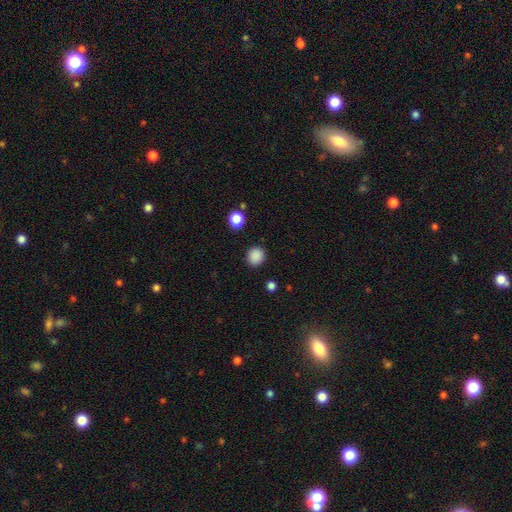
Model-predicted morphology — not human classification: smooth 87%, star or artifact 10%, featured or disk 3%. Down the decision tree: how rounded — round (80%); merging — none (88%).